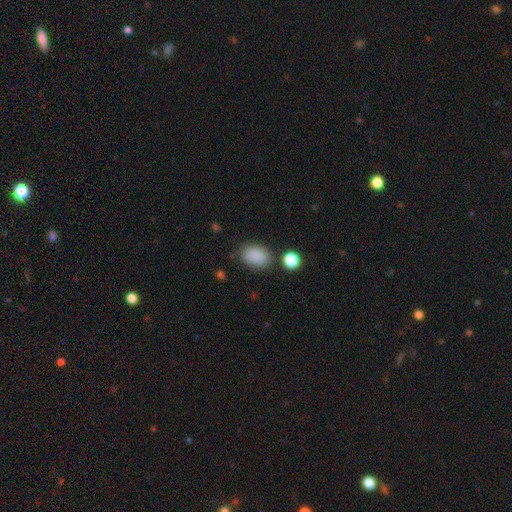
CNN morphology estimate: This is clearly a smooth galaxy (87%). How rounded: clearly in between (82%). Merging: likely none (77%).